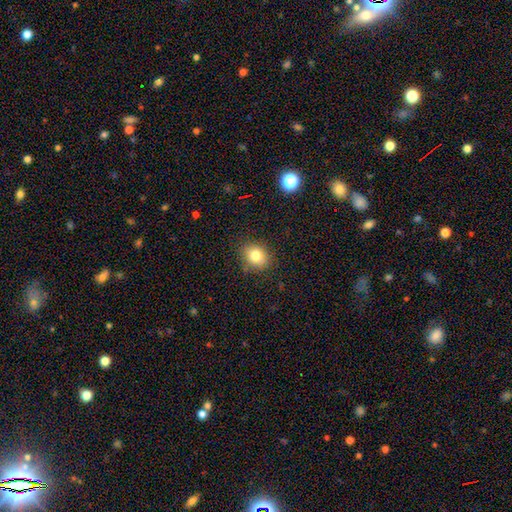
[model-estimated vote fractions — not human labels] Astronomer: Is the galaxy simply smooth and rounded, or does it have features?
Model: smooth — 79%.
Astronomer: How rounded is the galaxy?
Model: round — 59% (runner-up: in between, 40%).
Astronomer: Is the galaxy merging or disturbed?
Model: none — 85%.